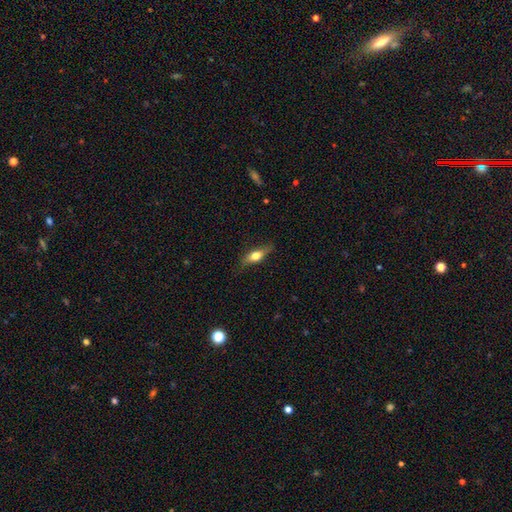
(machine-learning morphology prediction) This appears to be a smooth galaxy with no disk features (58%) that is in between round and cigar-shaped (55%). Merging: none (76%).